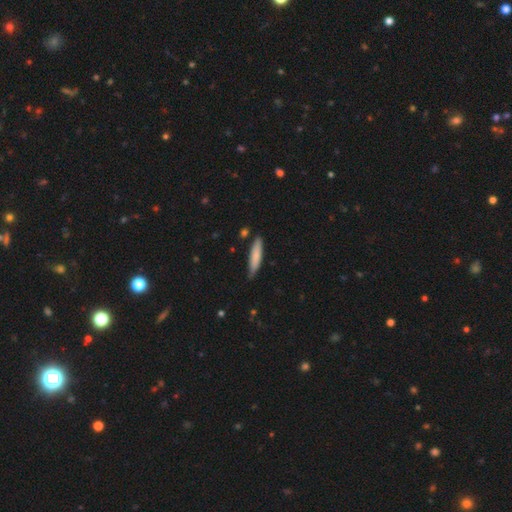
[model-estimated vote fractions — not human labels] This appears to be a smooth galaxy with no disk features (79%) that is cigar-shaped (82%). Merging: none (80%).